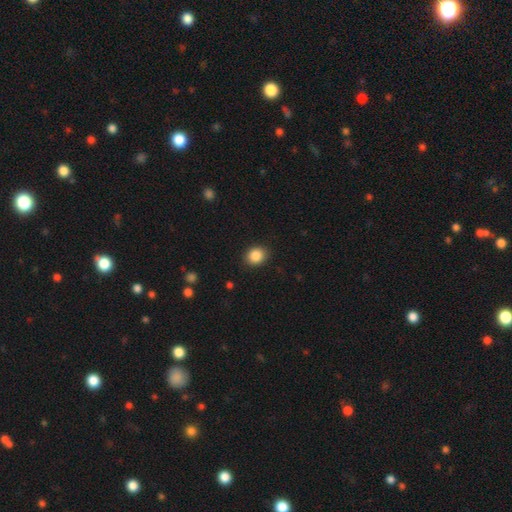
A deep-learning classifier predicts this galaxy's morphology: A smooth galaxy with no disk features (87%) that is round (66%).

Vote fractions:
- Smooth or featured? smooth: 87% / star or artifact: 9% / featured or disk: 4%
- How rounded? round: 66% / in between: 33% / cigar-shaped: 1%
- Merging? none: 89% / minor disturbance: 8% / major disturbance: 2% / merger: 1%